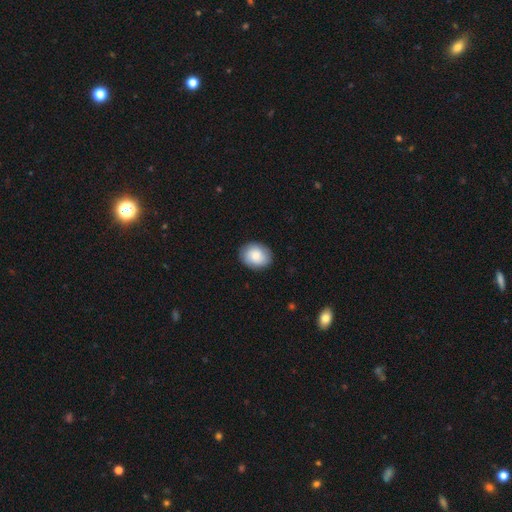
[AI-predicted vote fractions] Smooth or featured?
  - smooth: 76% *
  - featured or disk: 17%
  - star or artifact: 7%
How rounded?
  - round: 53% *
  - in between: 46%
  - cigar-shaped: 1%
Merging?
  - none: 87% *
  - minor disturbance: 10%
  - major disturbance: 2%
  - merger: 1%